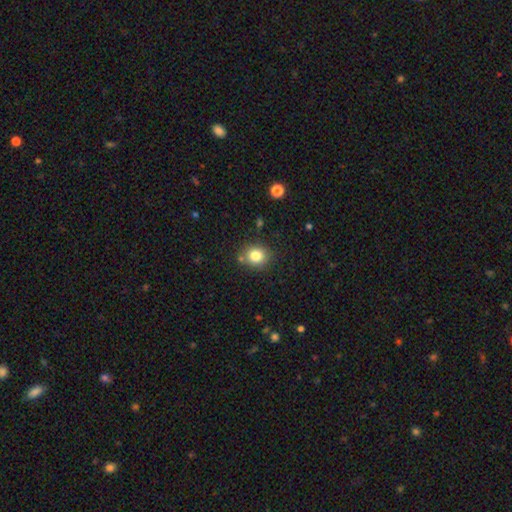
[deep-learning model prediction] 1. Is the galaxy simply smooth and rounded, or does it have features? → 81% smooth, 12% star or artifact, 8% featured or disk.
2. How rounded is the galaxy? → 81% round, 18% in between, 1% cigar-shaped.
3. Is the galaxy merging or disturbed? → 80% none, 10% minor disturbance, 6% merger, 3% major disturbance.